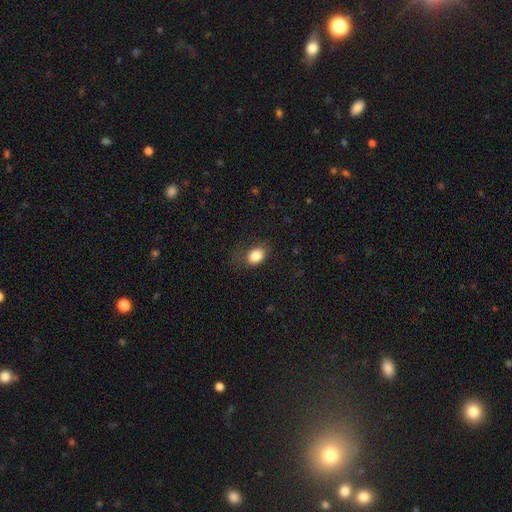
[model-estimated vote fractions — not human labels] This is clearly a smooth galaxy (84%). How rounded: likely in between (76%). Merging: likely none (66%).